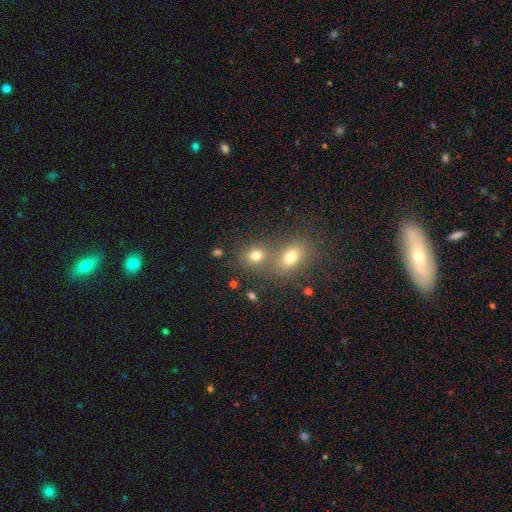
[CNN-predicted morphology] This is likely a smooth galaxy (75%). How rounded: likely round (63%). Merging: possibly none (50%).